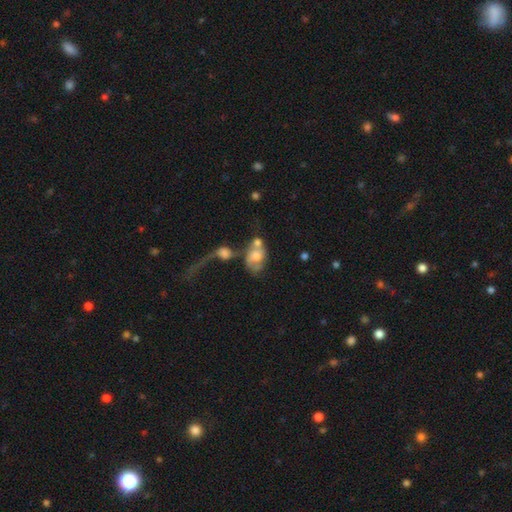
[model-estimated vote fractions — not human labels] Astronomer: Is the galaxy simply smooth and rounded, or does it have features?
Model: featured or disk — 46% (runner-up: smooth, 44%).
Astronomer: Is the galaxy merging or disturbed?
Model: merger — 54%.